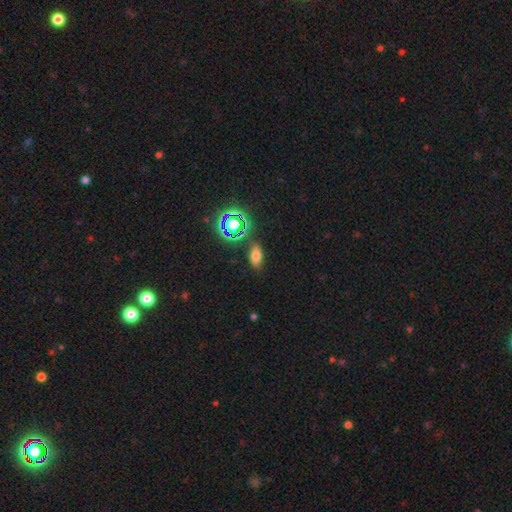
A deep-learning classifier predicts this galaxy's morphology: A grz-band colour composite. It shows a smooth galaxy with no disk features (64%) that is in between round and cigar-shaped (84%). Merging: none (82%).